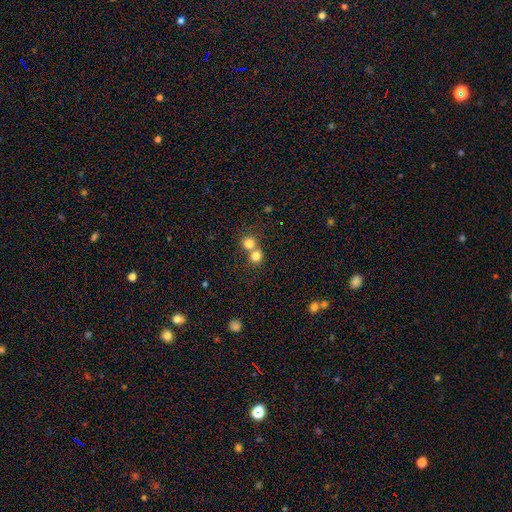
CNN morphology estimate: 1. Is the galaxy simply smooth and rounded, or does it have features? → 79% smooth, 12% star or artifact, 9% featured or disk.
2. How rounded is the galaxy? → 85% round, 15% in between, 1% cigar-shaped.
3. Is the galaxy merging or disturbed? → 53% merger, 40% none, 5% minor disturbance, 2% major disturbance.